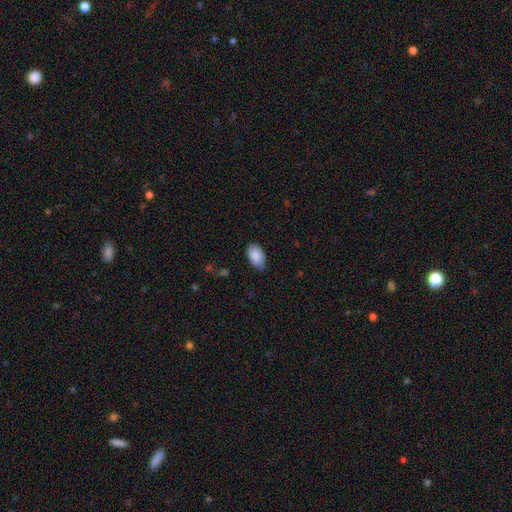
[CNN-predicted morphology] Smooth or featured? smooth (88%)
How rounded? in between (94%)
Merging? none (75%)